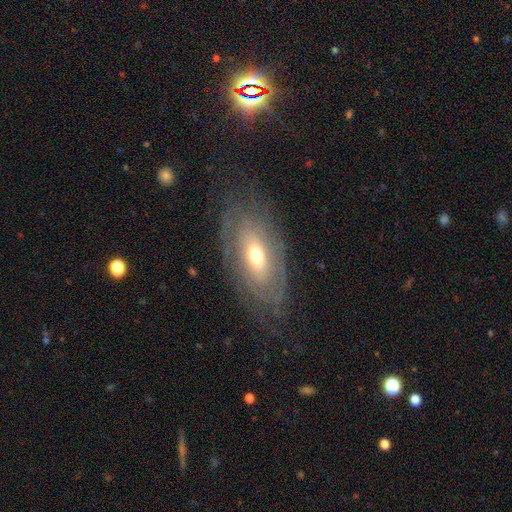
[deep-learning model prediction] This is likely a featured or disk galaxy (66%). It is clearly not viewed edge-on (87%). Bar: likely no (69%). Spiral arm pattern: likely yes (64%). Central bulge: likely moderate (63%). Merging: likely none (71%).